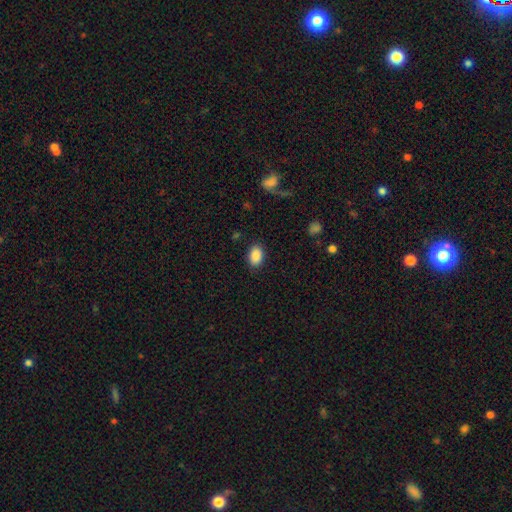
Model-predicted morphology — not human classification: The model was most divided on "how rounded": in between: 84%, round: 15%, cigar-shaped: 1%. More confident: smooth or featured — smooth (89%); merging — none (86%).